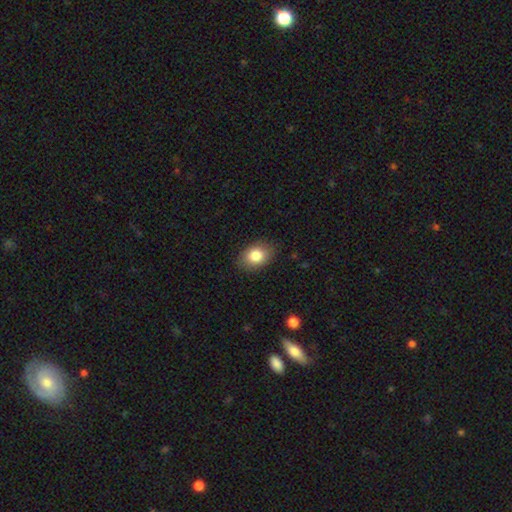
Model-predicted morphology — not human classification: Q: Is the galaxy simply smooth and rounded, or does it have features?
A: smooth — 83%.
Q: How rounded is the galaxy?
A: in between — 78%.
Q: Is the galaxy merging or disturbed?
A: none — 85%.